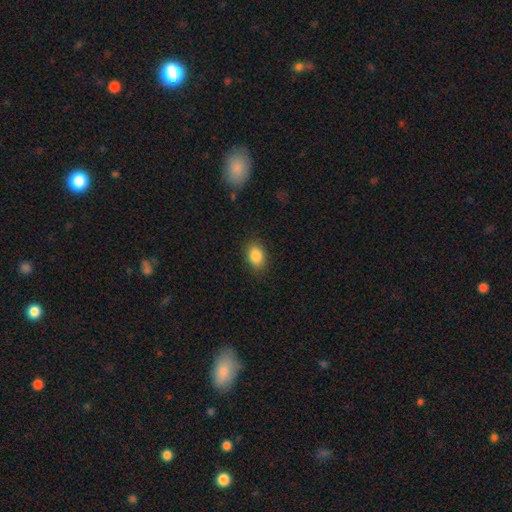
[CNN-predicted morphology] smooth-or-featured: smooth: 86% | star or artifact: 8% | featured or disk: 5%
  how-rounded: in between: 76% | round: 22% | cigar-shaped: 1%
  merging: none: 86% | minor disturbance: 10% | major disturbance: 3% | merger: 1%